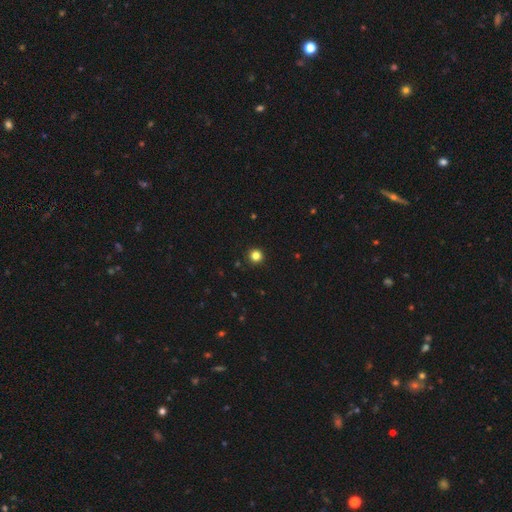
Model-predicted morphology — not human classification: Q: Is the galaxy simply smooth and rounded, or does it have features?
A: smooth — 82%.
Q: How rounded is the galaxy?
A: round — 96%.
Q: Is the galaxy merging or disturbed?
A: none — 93%.